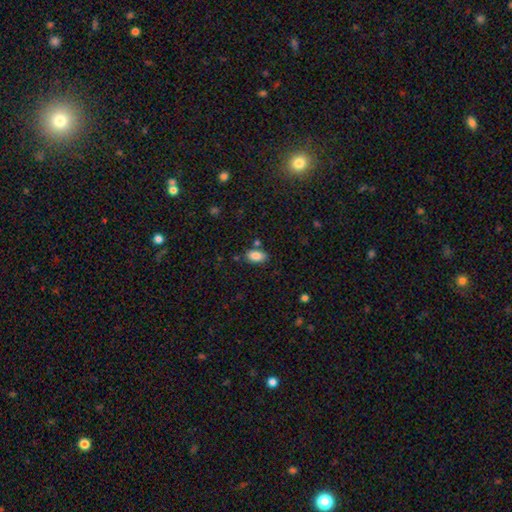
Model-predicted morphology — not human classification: Smooth or featured: smooth — 86% (star or artifact — 8%)
How rounded: in between — 92% (round — 5%)
Merging: none — 79% (minor disturbance — 12%)